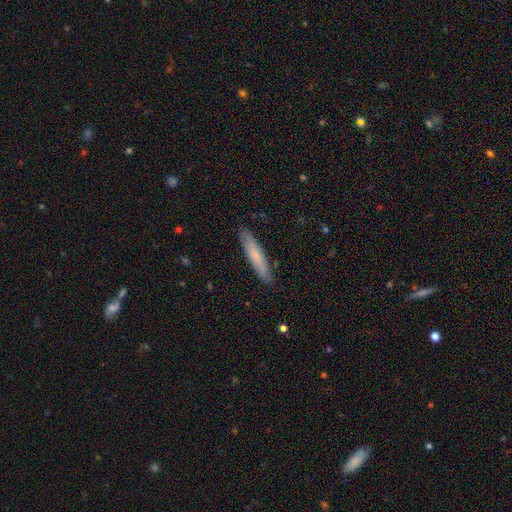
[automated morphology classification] Overall: smooth (72%). How rounded: cigar-shaped (90%). Merging: none (89%).